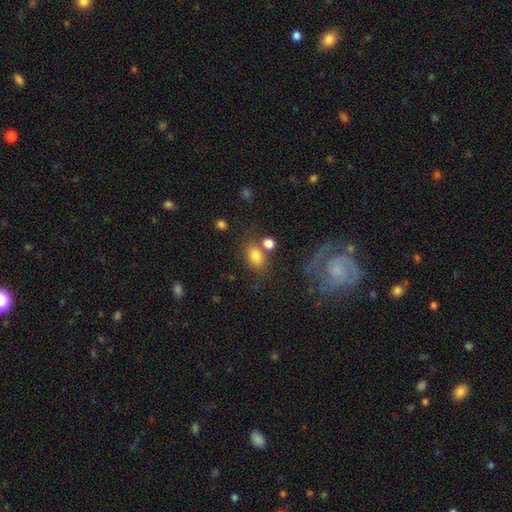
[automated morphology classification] This appears to be a smooth galaxy with no disk features (79%) that is in between round and cigar-shaped (77%). Merging: none (58%).